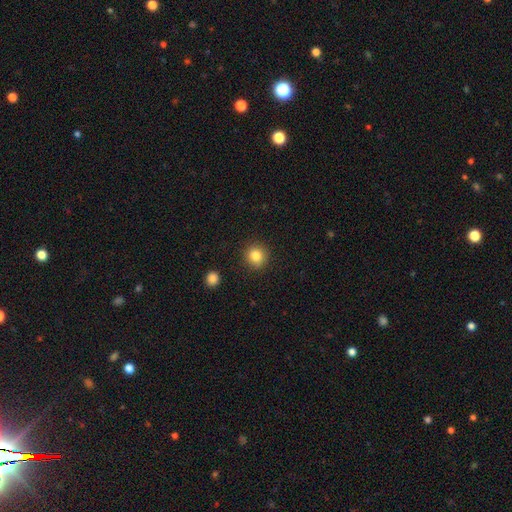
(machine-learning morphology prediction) Smooth or featured: smooth — 83% (star or artifact — 11%)
How rounded: round — 90% (in between — 9%)
Merging: none — 89% (minor disturbance — 7%)